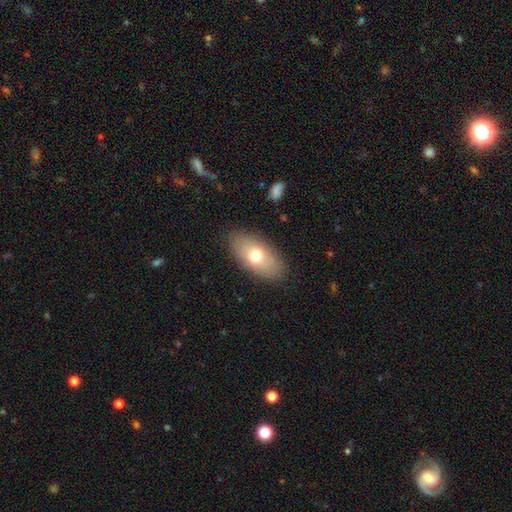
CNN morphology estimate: smooth 70%, featured or disk 22%, star or artifact 7%. Down the decision tree: how rounded — in between (90%); merging — none (85%).